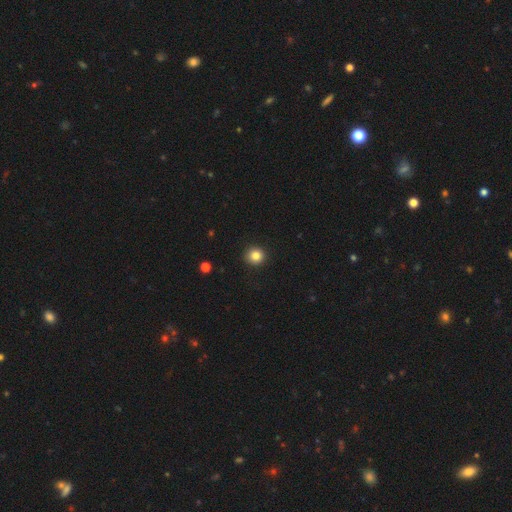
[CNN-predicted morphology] This is clearly a smooth galaxy (84%). How rounded: clearly round (92%). Merging: clearly none (92%).